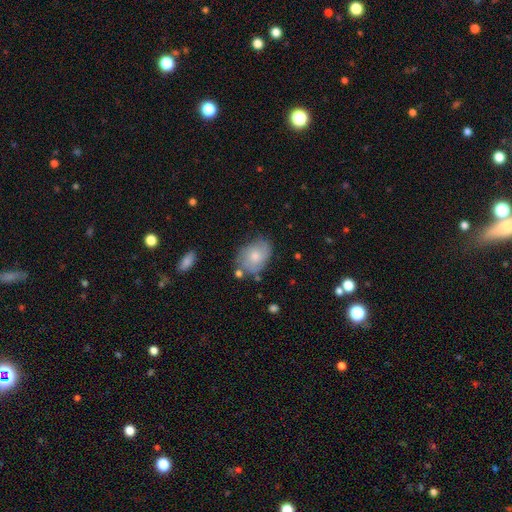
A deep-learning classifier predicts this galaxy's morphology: Smooth or featured? Predicted: smooth (p=0.54). How rounded? Predicted: in between (p=0.72). Merging? Predicted: none (p=0.67).